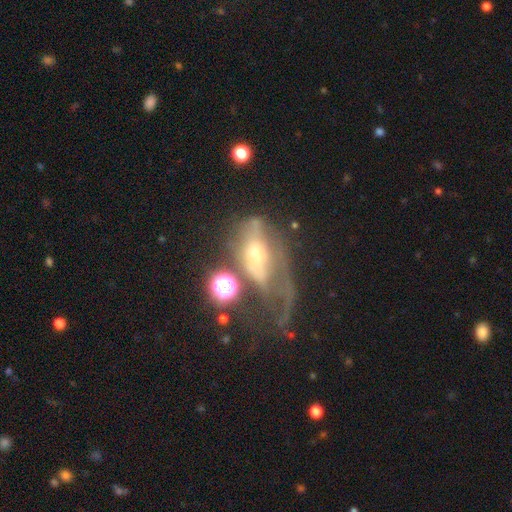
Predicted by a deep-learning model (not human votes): Smooth or featured?
  - featured or disk: 53% *
  - smooth: 32%
  - star or artifact: 15%
Edge-on disk?
  - no: 81% *
  - yes: 19%
Merging?
  - major disturbance: 54% *
  - merger: 18%
  - none: 16%
  - minor disturbance: 12%